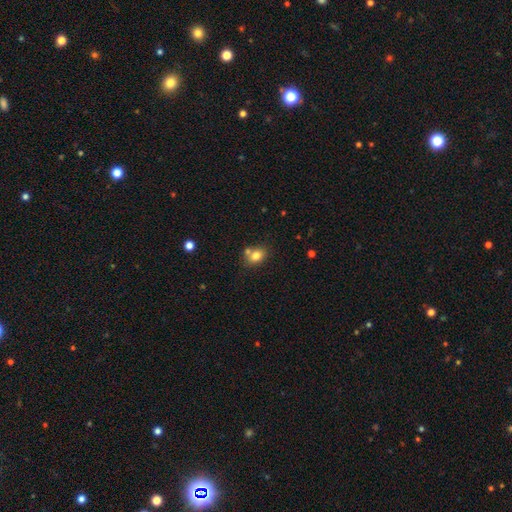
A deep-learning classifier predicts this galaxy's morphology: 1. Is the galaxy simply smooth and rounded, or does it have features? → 79% smooth, 11% star or artifact, 10% featured or disk.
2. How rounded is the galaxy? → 54% in between, 45% round, 1% cigar-shaped.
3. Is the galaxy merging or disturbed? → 59% none, 24% merger, 13% minor disturbance, 4% major disturbance.